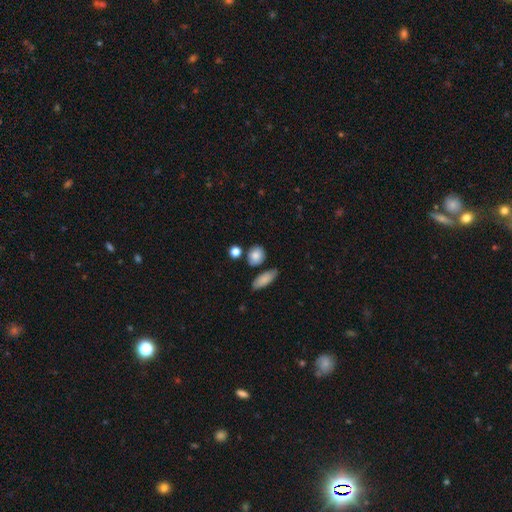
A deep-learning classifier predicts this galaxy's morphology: smooth-or-featured: smooth: 84% | star or artifact: 9% | featured or disk: 7%
  how-rounded: round: 63% | in between: 34% | cigar-shaped: 3%
  merging: none: 74% | minor disturbance: 13% | merger: 10% | major disturbance: 3%